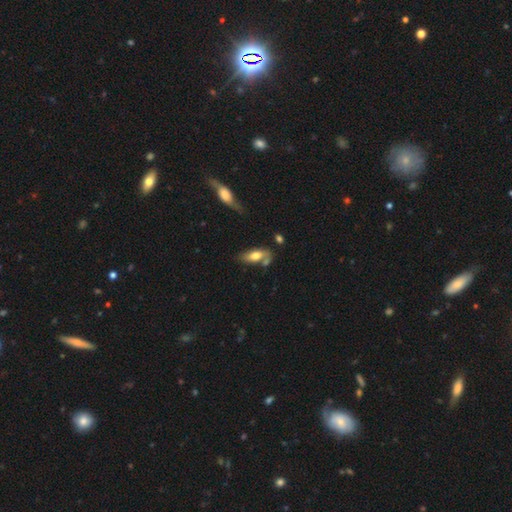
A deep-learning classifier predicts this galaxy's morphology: Smooth or featured: smooth — 67% (featured or disk — 27%)
How rounded: in between — 80% (cigar-shaped — 18%)
Merging: none — 48% (minor disturbance — 22%)